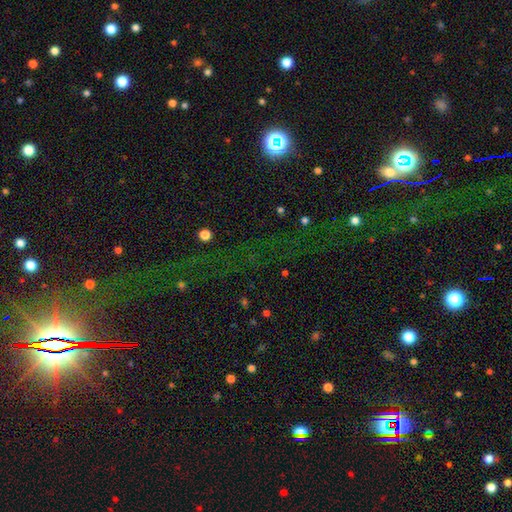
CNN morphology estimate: Smooth or featured: star or artifact — 76% (smooth — 15%)